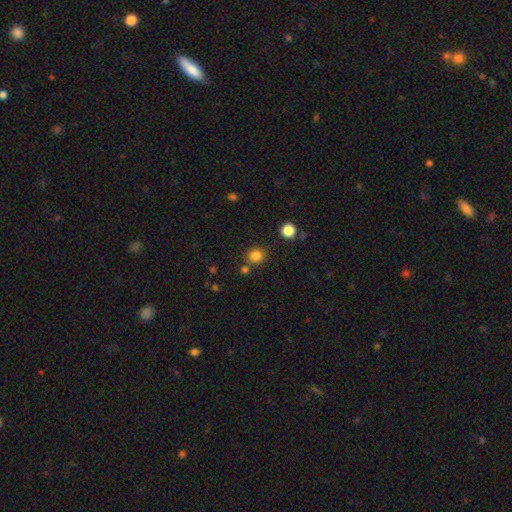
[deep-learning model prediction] This appears to be a smooth galaxy with no disk features (82%) that is round (88%). Merging: none (79%).